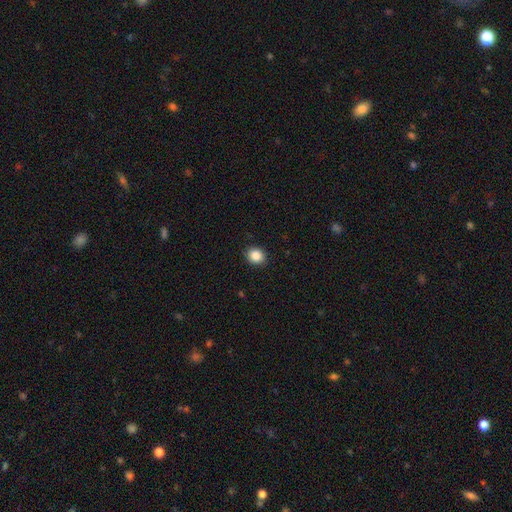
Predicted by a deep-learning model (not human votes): Morphology: type=smooth (87%); roundness=round (71%); merging=none (90%).